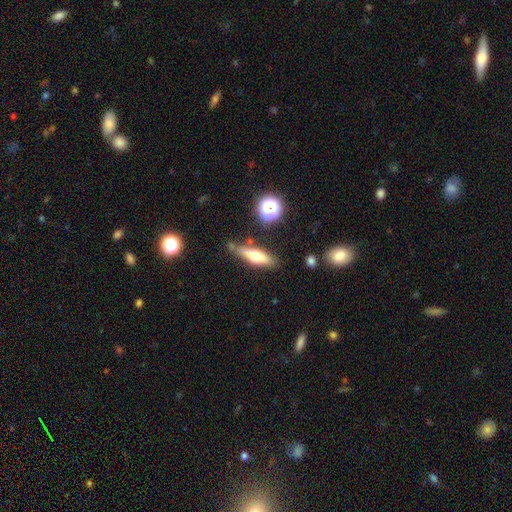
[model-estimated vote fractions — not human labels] The model was most divided on "smooth or featured": smooth: 50%, featured or disk: 41%, star or artifact: 9%. More confident: merging — none (70%); how rounded — cigar-shaped (60%).